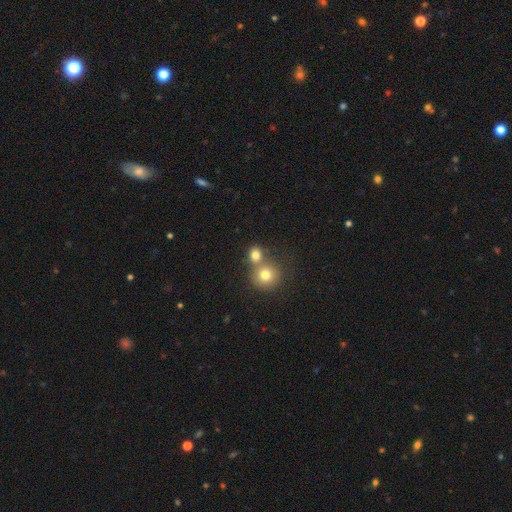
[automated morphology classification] smooth 78%, star or artifact 13%, featured or disk 9%. Down the decision tree: how rounded — round (75%); merging — none (46%).